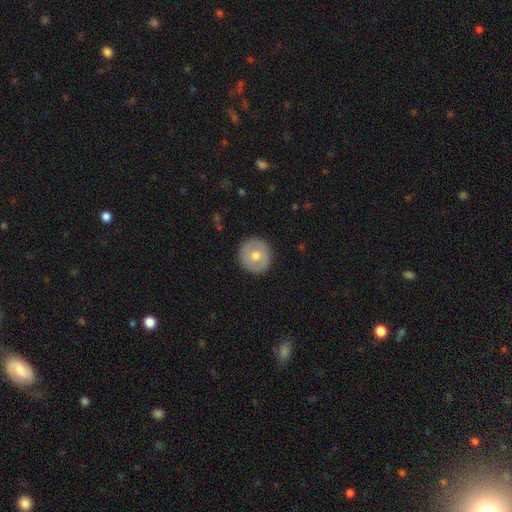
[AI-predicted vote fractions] A smooth galaxy with no disk features (57%) that is round (94%). Merging: none (91%).